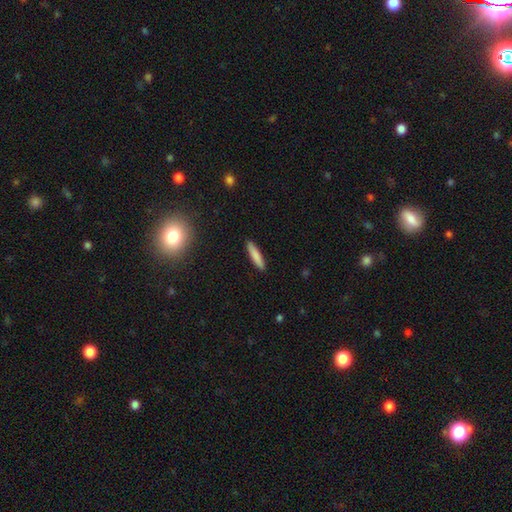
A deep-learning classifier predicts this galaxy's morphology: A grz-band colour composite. It shows a smooth galaxy with no disk features (83%) that is cigar-shaped (85%). Merging: none (91%).